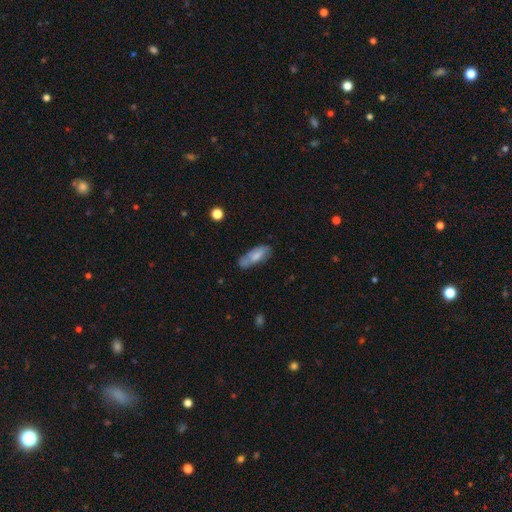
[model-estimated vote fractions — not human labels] A smooth galaxy with no disk features (64%) that is in between round and cigar-shaped (71%).

Vote fractions:
- Smooth or featured? smooth: 64% / featured or disk: 28% / star or artifact: 7%
- How rounded? in between: 71% / cigar-shaped: 27% / round: 2%
- Merging? none: 56% / minor disturbance: 27% / major disturbance: 9% / merger: 8%